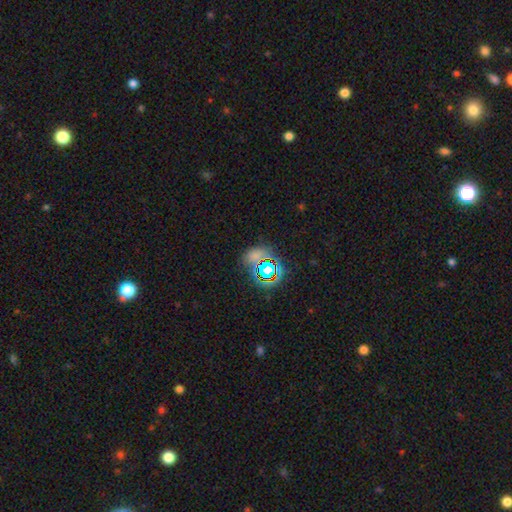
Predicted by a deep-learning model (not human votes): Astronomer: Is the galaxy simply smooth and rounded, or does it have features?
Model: star or artifact — 48% (runner-up: smooth, 42%).